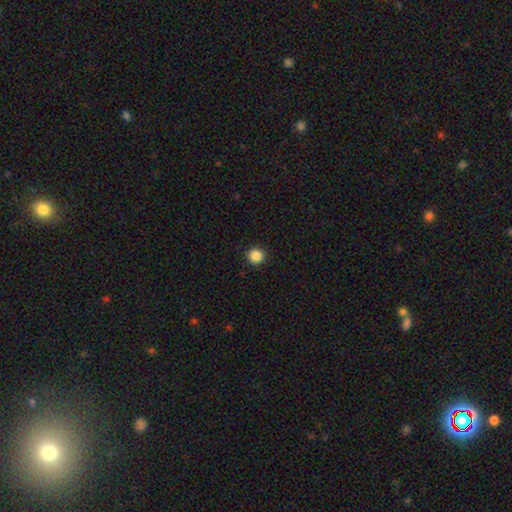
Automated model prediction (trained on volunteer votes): A smooth galaxy with no disk features (87%) that is round (94%).

Vote fractions:
- Smooth or featured? smooth: 87% / star or artifact: 10% / featured or disk: 3%
- How rounded? round: 94% / in between: 5% / cigar-shaped: 1%
- Merging? none: 92% / minor disturbance: 5% / major disturbance: 2% / merger: 1%